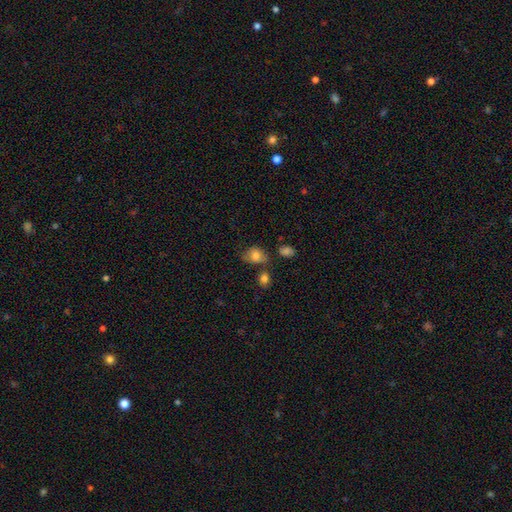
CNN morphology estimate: Smooth or featured? Predicted: smooth (p=0.79). How rounded? Predicted: in between (p=0.55). Merging? Predicted: none (p=0.53).